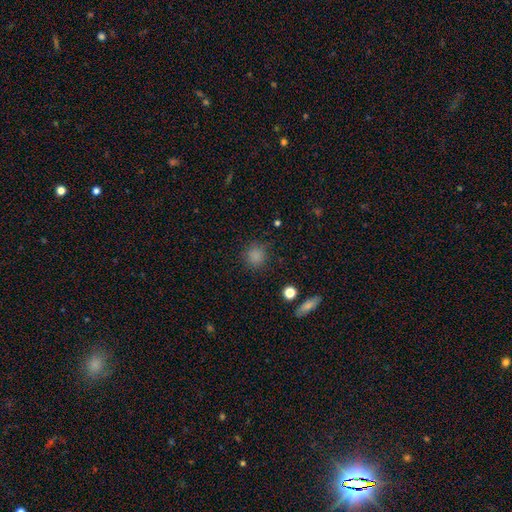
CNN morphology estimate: type=smooth (83%); roundness=round (91%); merging=none (84%).